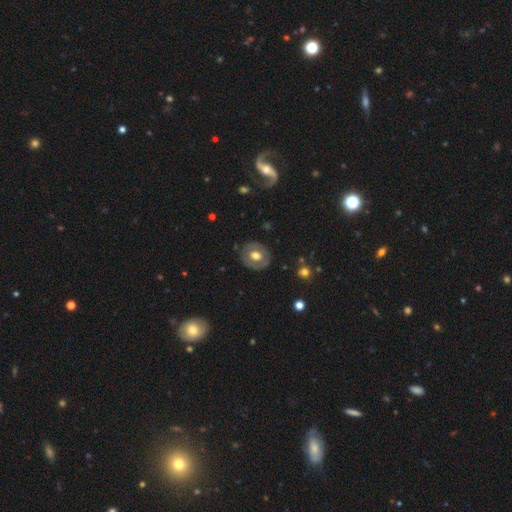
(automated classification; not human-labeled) Smooth or featured? Predicted: smooth (p=0.53). How rounded? Predicted: round (p=0.64). Merging? Predicted: none (p=0.84).